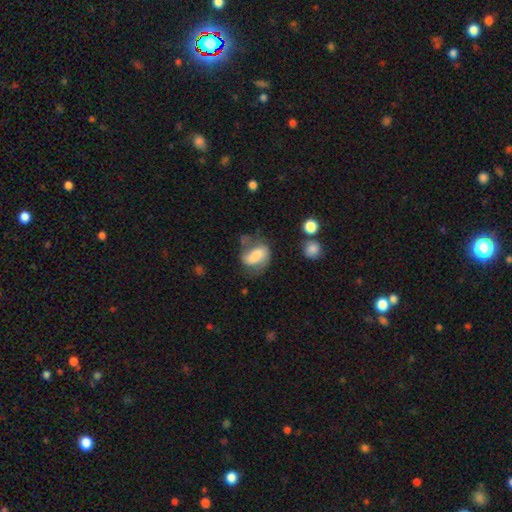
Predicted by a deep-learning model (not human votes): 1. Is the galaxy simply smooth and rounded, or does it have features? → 48% smooth, 44% featured or disk, 8% star or artifact.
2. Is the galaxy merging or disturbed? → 44% none, 27% minor disturbance, 23% major disturbance, 6% merger.